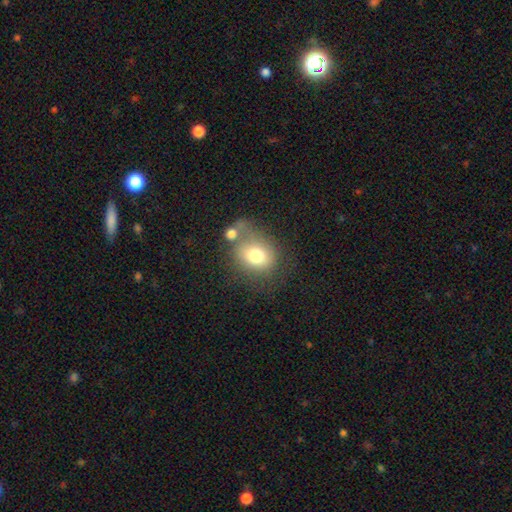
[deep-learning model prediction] A smooth galaxy with no disk features (73%) that is round (57%).

Vote fractions:
- Smooth or featured? smooth: 73% / featured or disk: 17% / star or artifact: 10%
- How rounded? round: 57% / in between: 42% / cigar-shaped: 1%
- Merging? none: 40% / merger: 26% / minor disturbance: 18% / major disturbance: 15%